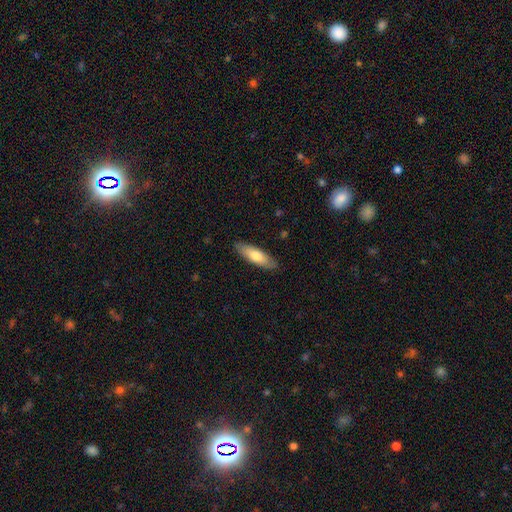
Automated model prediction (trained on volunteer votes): Smooth or featured? smooth (73%)
How rounded? cigar-shaped (51%)
Merging? none (87%)